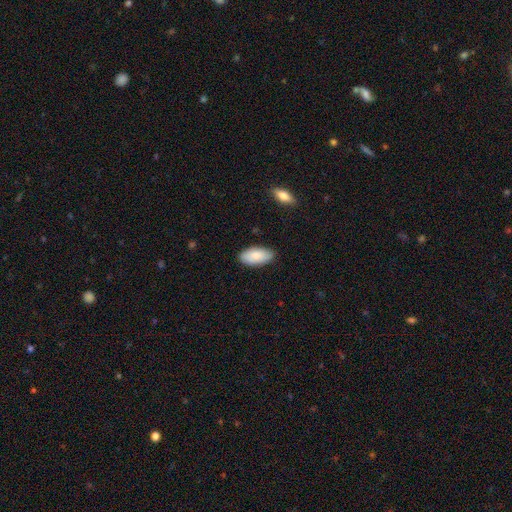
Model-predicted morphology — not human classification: Overall: smooth (85%). How rounded: in between (93%). Merging: none (85%).